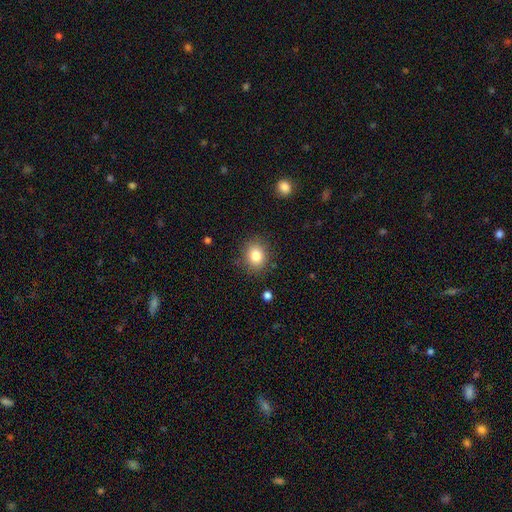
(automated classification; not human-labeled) smooth 83%, star or artifact 10%, featured or disk 7%. Down the decision tree: how rounded — round (60%); merging — none (85%).